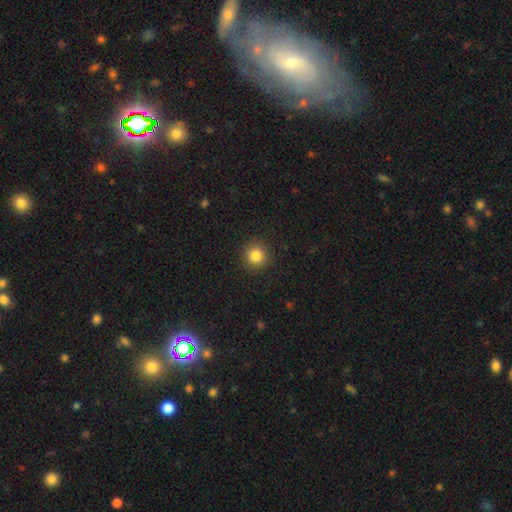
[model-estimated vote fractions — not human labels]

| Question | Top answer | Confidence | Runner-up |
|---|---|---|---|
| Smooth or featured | smooth | 84% | star or artifact (11%) |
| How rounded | round | 94% | in between (5%) |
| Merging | none | 91% | minor disturbance (6%) |